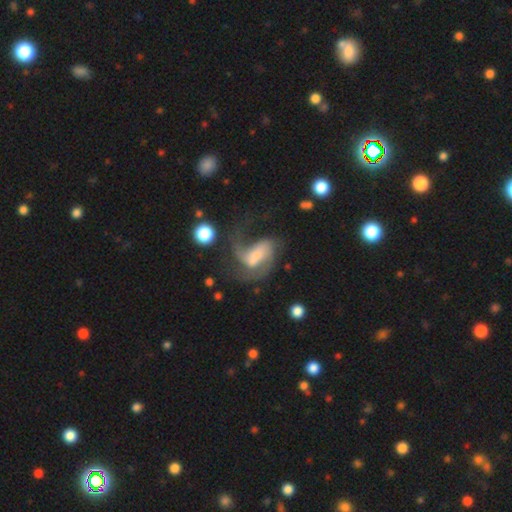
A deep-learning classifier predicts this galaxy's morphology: Overall: featured or disk (72%). Edge-on disk: no (96%). Bar: weak (41%; no 37%). Spiral arms: yes (86%). Spiral arm count: 2 (43%; 1 27%). Spiral winding: loose (45%; medium 41%). Bulge size: small (37%; moderate 32%). Merging: major disturbance (46%; none 30%).